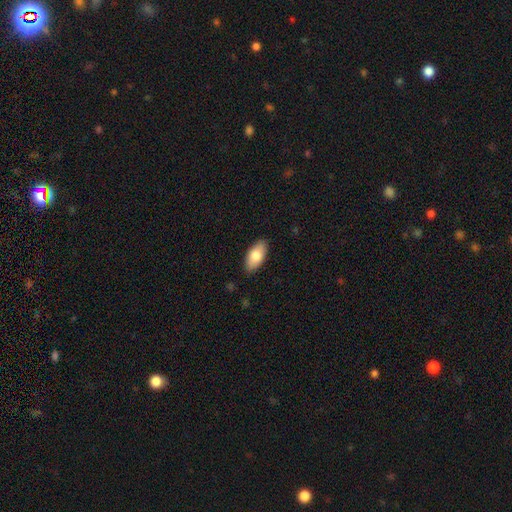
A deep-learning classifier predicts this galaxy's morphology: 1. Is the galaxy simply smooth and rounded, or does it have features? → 80% smooth, 14% featured or disk, 6% star or artifact.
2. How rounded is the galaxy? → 92% in between, 5% cigar-shaped, 2% round.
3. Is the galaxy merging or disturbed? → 87% none, 10% minor disturbance, 2% major disturbance, 1% merger.